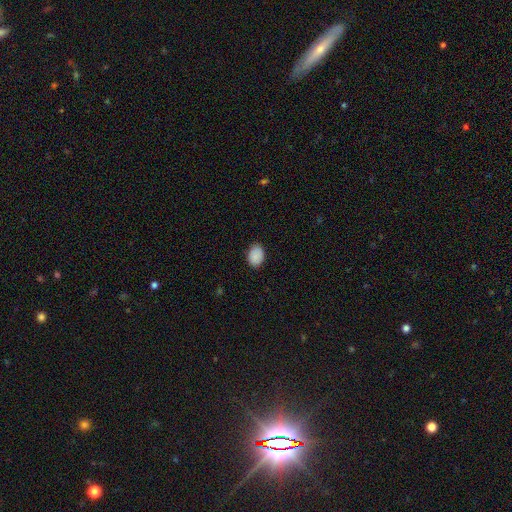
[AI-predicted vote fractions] This appears to be a smooth galaxy with no disk features (89%) that is in between round and cigar-shaped (77%). Merging: none (85%).